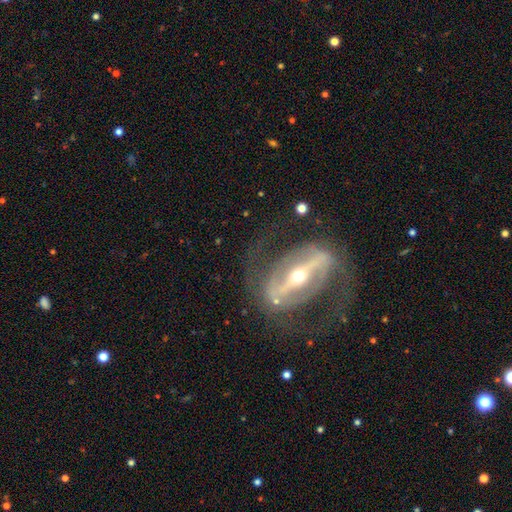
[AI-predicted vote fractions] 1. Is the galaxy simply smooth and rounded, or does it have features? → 85% featured or disk, 8% smooth, 7% star or artifact.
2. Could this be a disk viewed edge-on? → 82% no, 18% yes.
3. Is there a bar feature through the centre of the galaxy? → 74% strong, 16% weak, 11% no.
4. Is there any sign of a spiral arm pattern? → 76% yes, 24% no.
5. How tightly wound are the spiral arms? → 45% medium, 28% tight, 27% loose.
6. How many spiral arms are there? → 85% 2, 9% can't tell, 2% 1, 2% 3, 1% 4, 1% more than 4.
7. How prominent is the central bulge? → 47% small, 46% moderate, 5% large, 2% dominant, 1% none.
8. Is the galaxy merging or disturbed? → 68% none, 17% major disturbance, 13% minor disturbance, 2% merger.